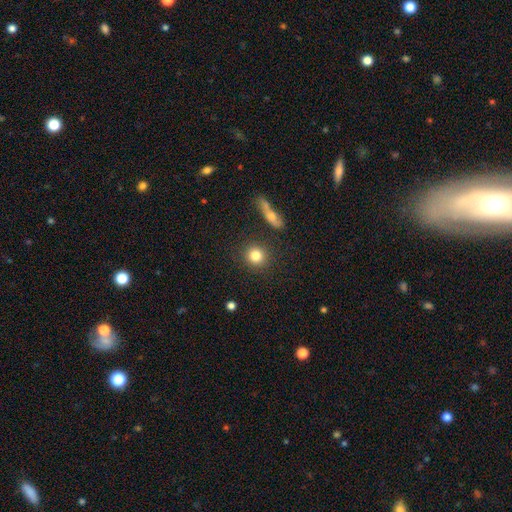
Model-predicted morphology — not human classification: Smooth or featured: smooth — 83% (star or artifact — 9%)
How rounded: round — 88% (in between — 10%)
Merging: none — 88% (minor disturbance — 7%)